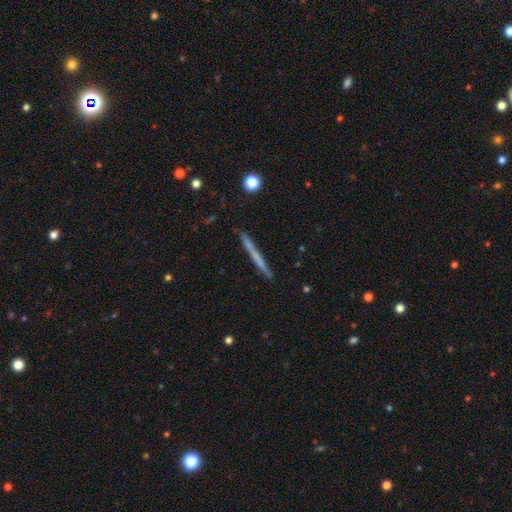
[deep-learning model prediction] smooth-or-featured: smooth: 52% | featured or disk: 42% | star or artifact: 6%
  how-rounded: cigar-shaped: 97% | in between: 2% | round: 2%
  merging: none: 91% | minor disturbance: 7% | major disturbance: 1% | merger: 1%